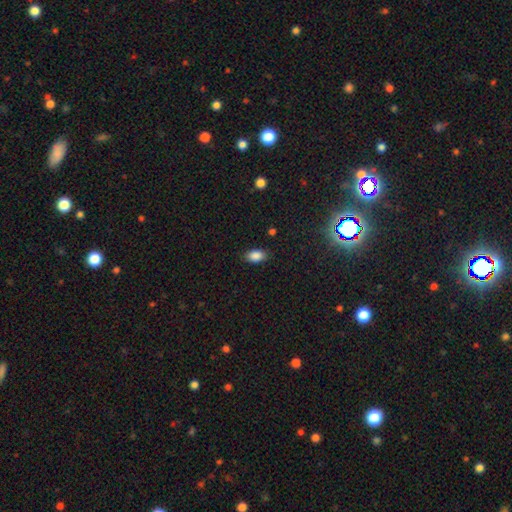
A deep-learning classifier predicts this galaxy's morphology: A smooth galaxy with no disk features (87%) that is in between round and cigar-shaped (89%).

Vote fractions:
- Smooth or featured? smooth: 87% / star or artifact: 9% / featured or disk: 4%
- How rounded? in between: 89% / round: 9% / cigar-shaped: 2%
- Merging? none: 85% / minor disturbance: 11% / major disturbance: 3% / merger: 1%